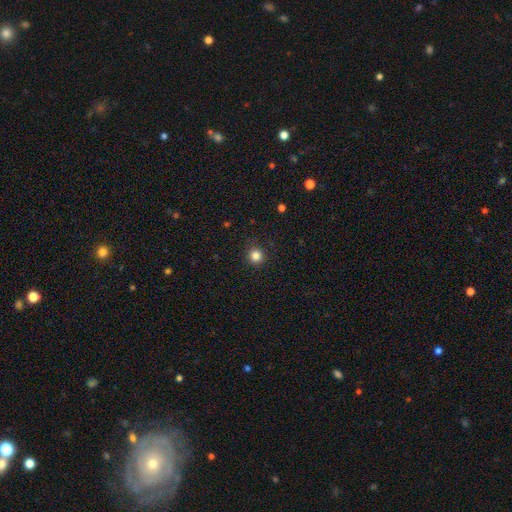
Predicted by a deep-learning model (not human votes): Overall: smooth (83%). How rounded: round (94%). Merging: none (90%).